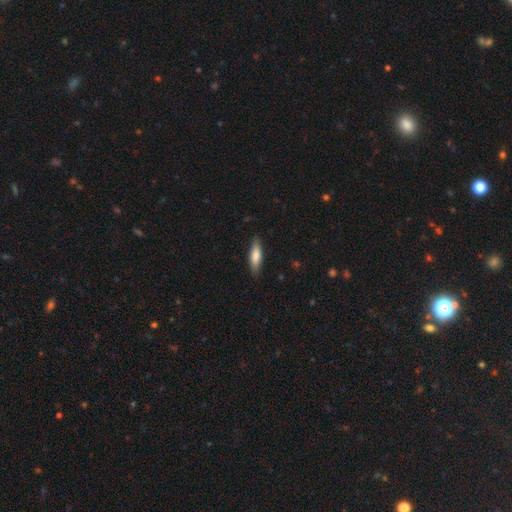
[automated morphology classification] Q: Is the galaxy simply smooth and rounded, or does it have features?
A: smooth — 78%.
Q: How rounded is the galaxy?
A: cigar-shaped — 57%.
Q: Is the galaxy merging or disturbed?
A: none — 85%.